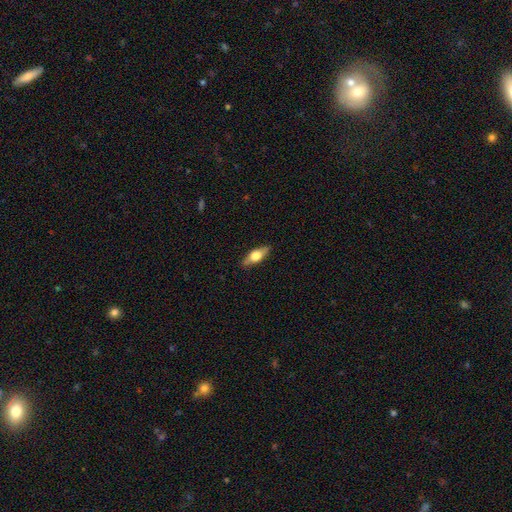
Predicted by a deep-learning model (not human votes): Smooth or featured? smooth (53%)
How rounded? in between (65%)
Merging? none (85%)